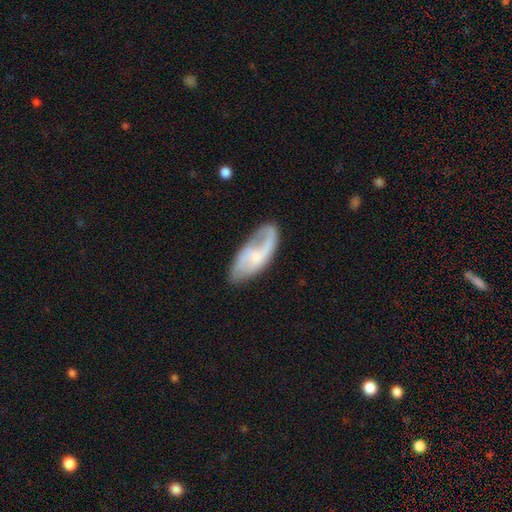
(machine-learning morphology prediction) This appears to be a featured or disk galaxy (54%). Merging: none (52%).